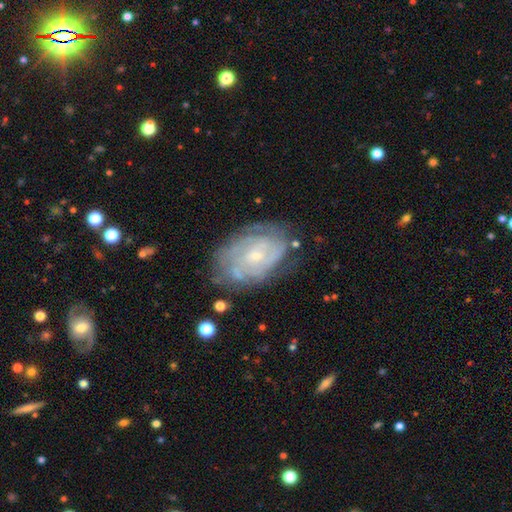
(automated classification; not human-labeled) A featured or disk galaxy (75%) with no bar (71%), tight (68%) spiral arms (81%) and a small central bulge (64%). Merging: none (66%).